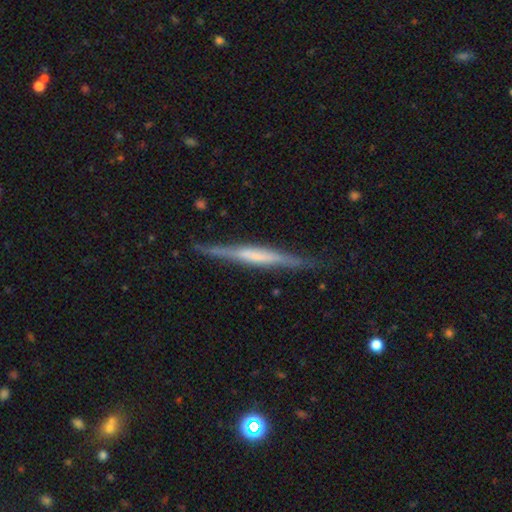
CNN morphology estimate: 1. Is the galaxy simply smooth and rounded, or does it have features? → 67% featured or disk, 28% smooth, 6% star or artifact.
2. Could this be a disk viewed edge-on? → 96% yes, 4% no.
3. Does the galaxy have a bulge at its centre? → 42% none, 33% boxy, 25% rounded.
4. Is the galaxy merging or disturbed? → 83% none, 12% minor disturbance, 3% major disturbance, 2% merger.